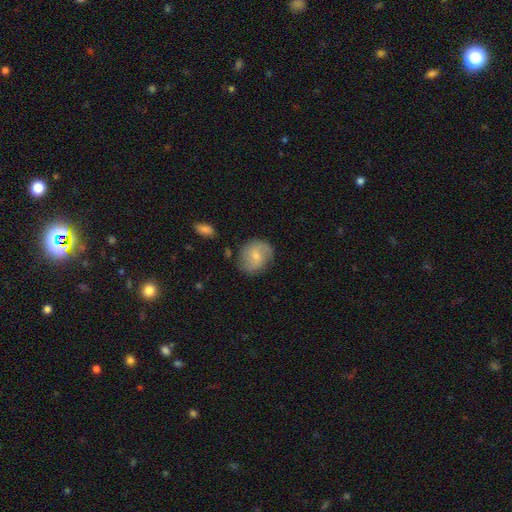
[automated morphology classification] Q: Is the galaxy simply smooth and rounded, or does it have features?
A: smooth — 49%.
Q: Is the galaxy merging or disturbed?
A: none — 72%.